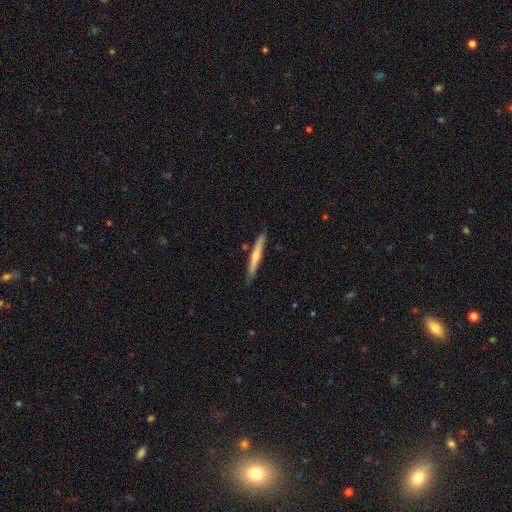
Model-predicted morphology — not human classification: A featured or disk galaxy (61%) viewed edge-on (96%) with a rounded central bulge (72%).

Vote fractions:
- Smooth or featured? featured or disk: 61% / smooth: 33% / star or artifact: 6%
- Edge-on disk? yes: 96% / no: 4%
- Edge-on bulge? rounded: 72% / none: 24% / boxy: 3%
- Merging? none: 87% / minor disturbance: 10% / merger: 2% / major disturbance: 2%